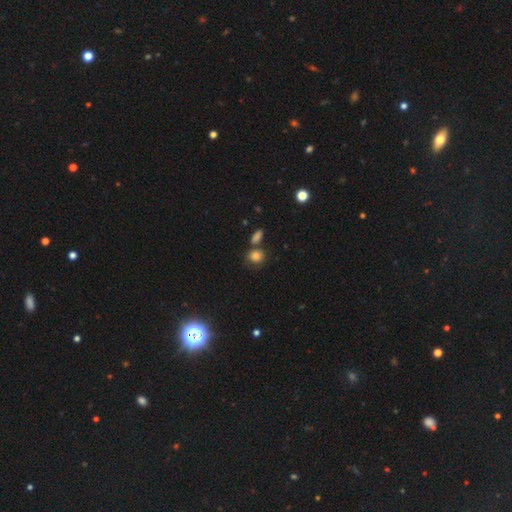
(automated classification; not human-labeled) This is clearly a smooth galaxy (82%). How rounded: likely round (69%). Merging: likely none (63%).